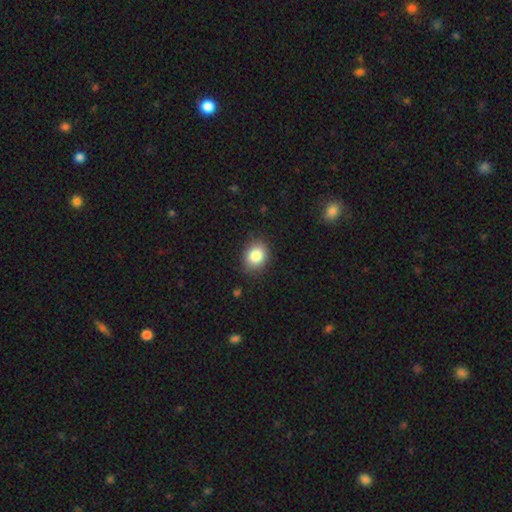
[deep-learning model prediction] Overall: smooth (84%). How rounded: round (50%; in between 49%). Merging: none (85%).